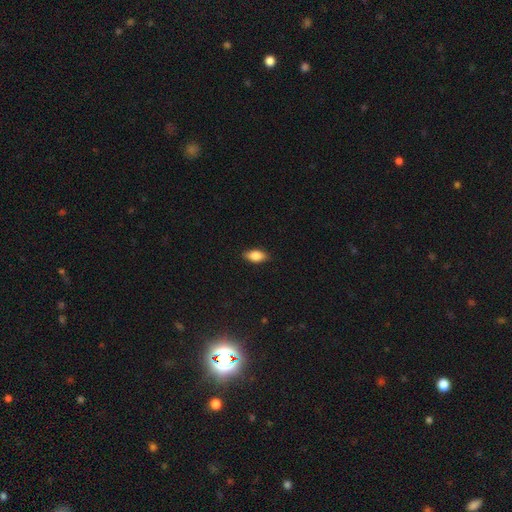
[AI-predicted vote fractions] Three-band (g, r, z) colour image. It shows a smooth galaxy with no disk features (83%) that is in between round and cigar-shaped (89%). Merging: none (88%).